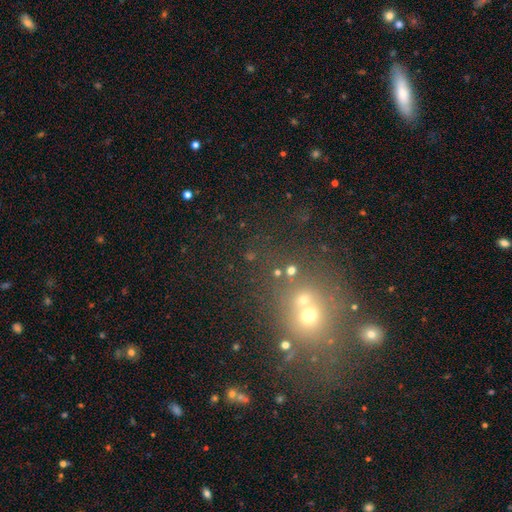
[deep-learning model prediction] Smooth or featured? star or artifact (46%)